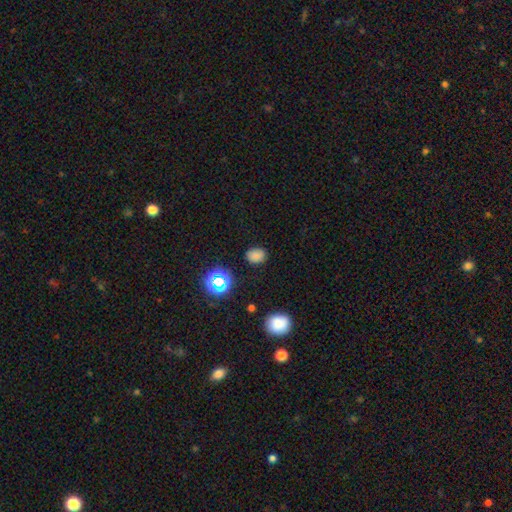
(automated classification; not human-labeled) Morphology: type=smooth (76%); roundness=in between (55%); merging=none (83%).